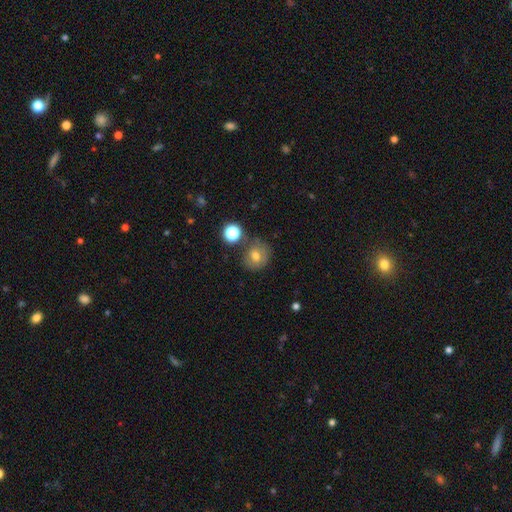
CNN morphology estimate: A smooth galaxy with no disk features (70%) that is round (79%).

Vote fractions:
- Smooth or featured? smooth: 70% / featured or disk: 16% / star or artifact: 13%
- How rounded? round: 79% / in between: 20% / cigar-shaped: 1%
- Merging? none: 67% / minor disturbance: 17% / merger: 11% / major disturbance: 6%